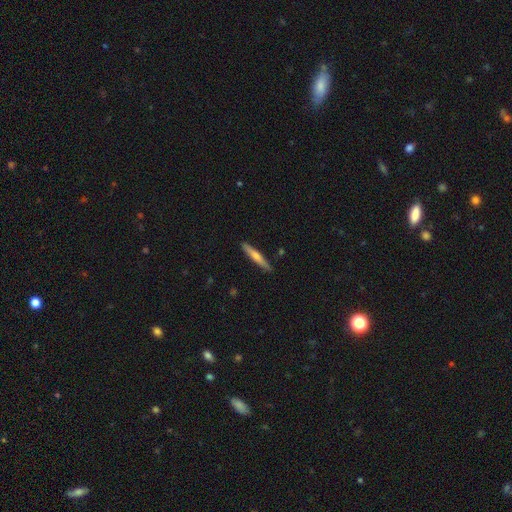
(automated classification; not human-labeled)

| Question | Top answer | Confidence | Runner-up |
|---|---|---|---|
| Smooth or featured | smooth | 53% | featured or disk (41%) |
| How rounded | cigar-shaped | 93% | in between (5%) |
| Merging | none | 90% | minor disturbance (8%) |